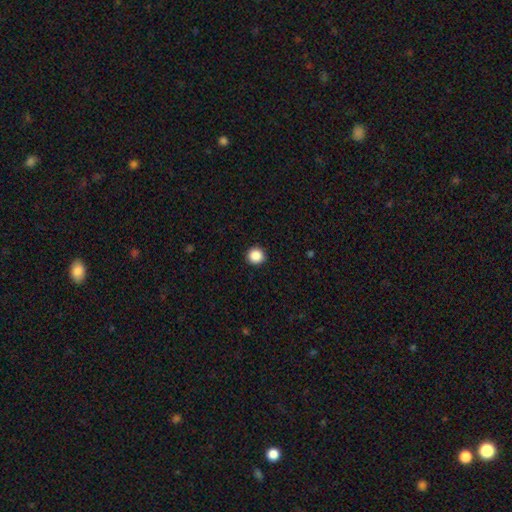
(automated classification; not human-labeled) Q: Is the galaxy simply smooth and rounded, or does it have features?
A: smooth — 88%.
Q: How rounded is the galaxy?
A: round — 96%.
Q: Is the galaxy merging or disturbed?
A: none — 93%.